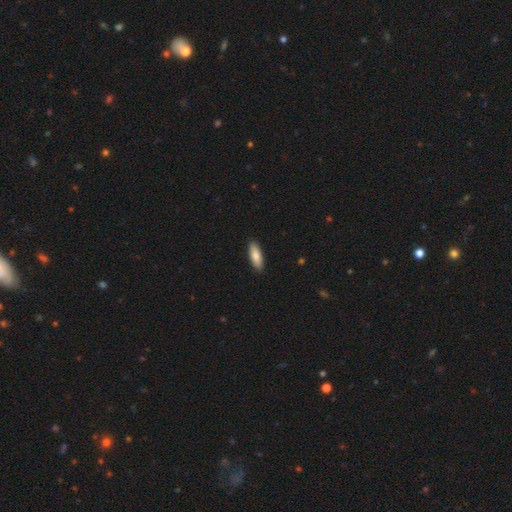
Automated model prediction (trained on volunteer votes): Q: Smooth or featured?
A: smooth (82%); runner-up: featured or disk (12%)
Q: How rounded?
A: in between (56%); runner-up: cigar-shaped (42%)
Q: Merging?
A: none (90%); runner-up: minor disturbance (7%)